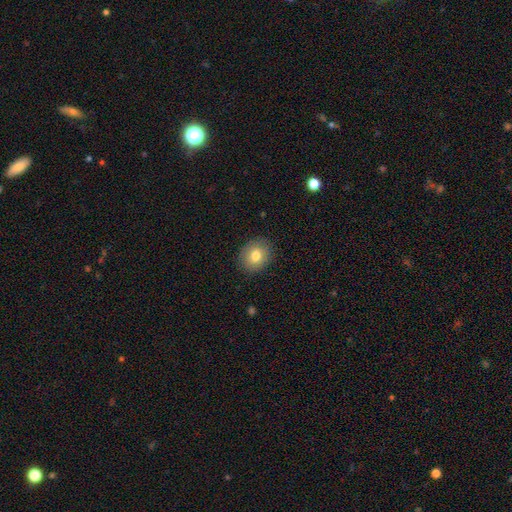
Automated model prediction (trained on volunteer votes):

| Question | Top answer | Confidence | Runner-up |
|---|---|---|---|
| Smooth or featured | smooth | 79% | featured or disk (12%) |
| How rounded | round | 59% | in between (40%) |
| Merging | none | 88% | minor disturbance (9%) |